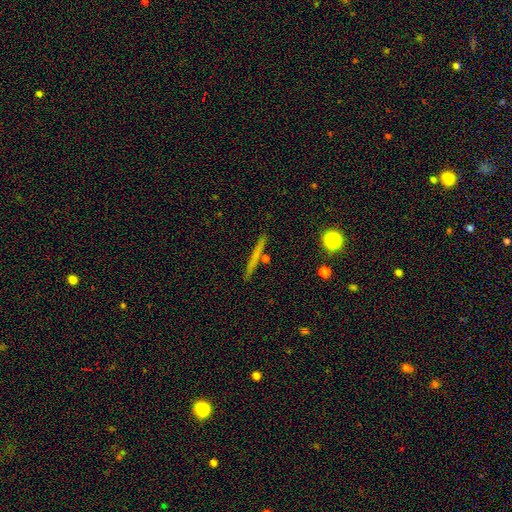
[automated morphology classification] type=smooth (51%); roundness=cigar-shaped (93%); merging=none (90%).